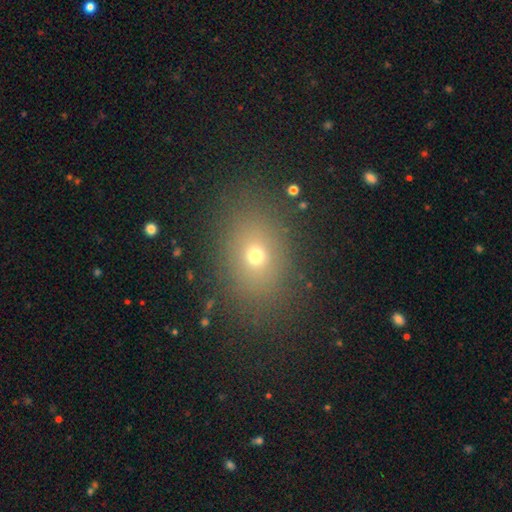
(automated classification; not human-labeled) Q: Smooth or featured?
A: smooth (67%); runner-up: star or artifact (20%)
Q: How rounded?
A: in between (61%); runner-up: round (37%)
Q: Merging?
A: none (81%); runner-up: minor disturbance (11%)